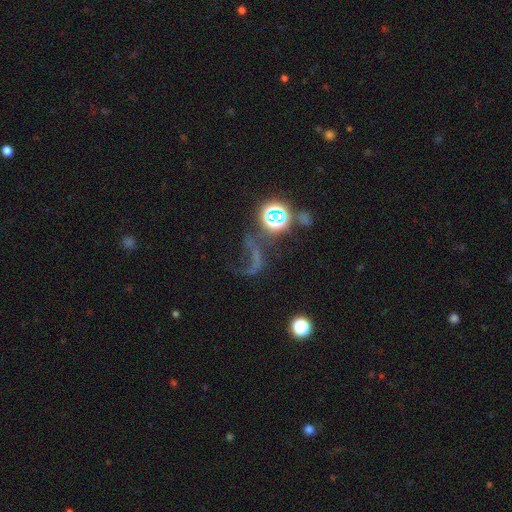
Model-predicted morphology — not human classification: smooth_or_featured: star or artifact (p=0.42) [alt: featured or disk p=0.35]